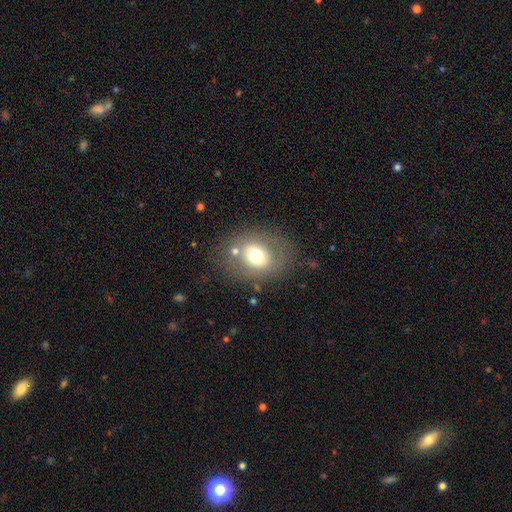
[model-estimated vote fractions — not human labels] Overall: smooth (63%; featured or disk 26%). How rounded: in between (53%; round 46%). Merging: none (71%).